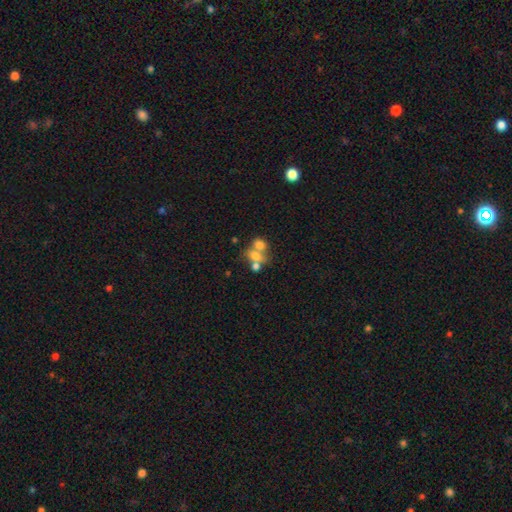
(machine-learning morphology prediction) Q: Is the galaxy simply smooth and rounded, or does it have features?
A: smooth — 66%.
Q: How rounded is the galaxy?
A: in between — 59%.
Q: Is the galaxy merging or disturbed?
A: merger — 60%.